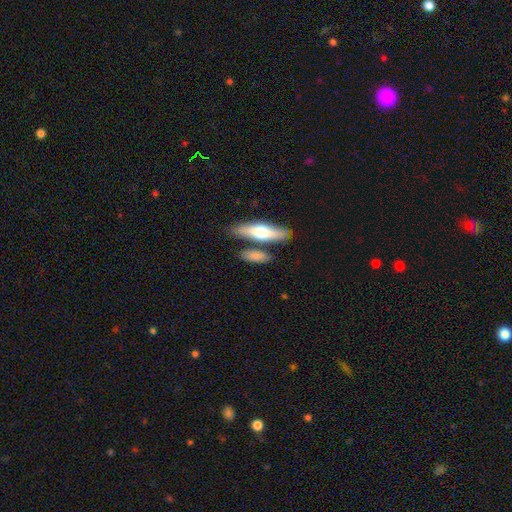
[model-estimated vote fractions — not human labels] A smooth galaxy with no disk features (71%) that is cigar-shaped (52%). Merging: none (68%).